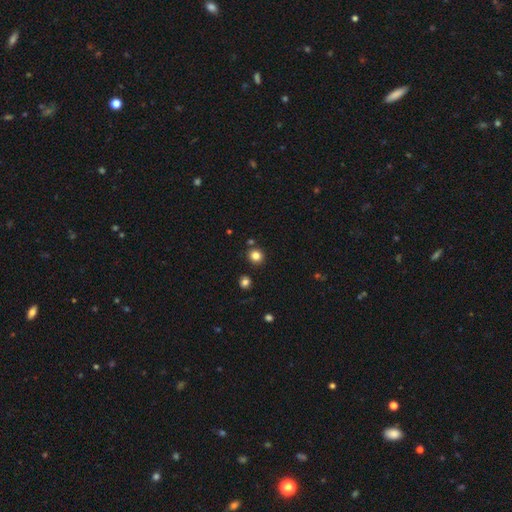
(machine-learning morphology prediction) Smooth or featured?
  - smooth: 82% *
  - star or artifact: 13%
  - featured or disk: 5%
How rounded?
  - round: 88% *
  - in between: 11%
  - cigar-shaped: 1%
Merging?
  - none: 87% *
  - minor disturbance: 7%
  - merger: 4%
  - major disturbance: 2%